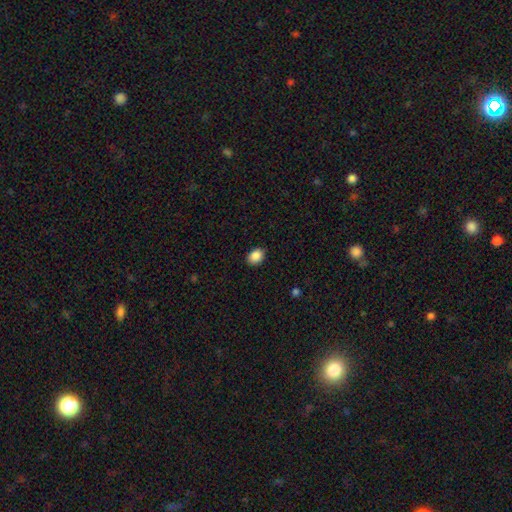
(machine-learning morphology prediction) smooth-or-featured: smooth: 88% | star or artifact: 8% | featured or disk: 3%
  how-rounded: in between: 65% | round: 34% | cigar-shaped: 1%
  merging: none: 87% | minor disturbance: 10% | major disturbance: 2% | merger: 1%